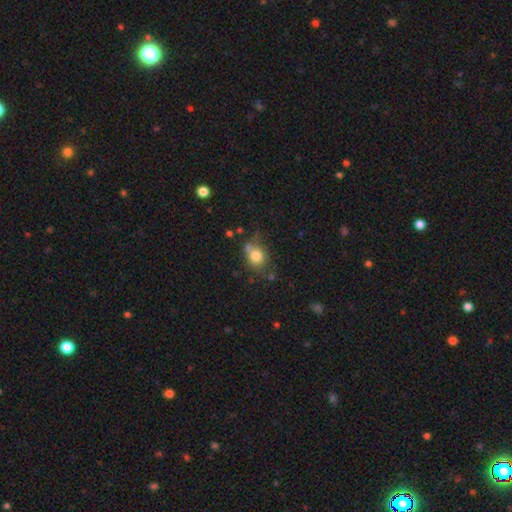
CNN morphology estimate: The model was most divided on "how rounded": round: 67%, in between: 31%, cigar-shaped: 1%. More confident: smooth or featured — smooth (78%); merging — none (57%).